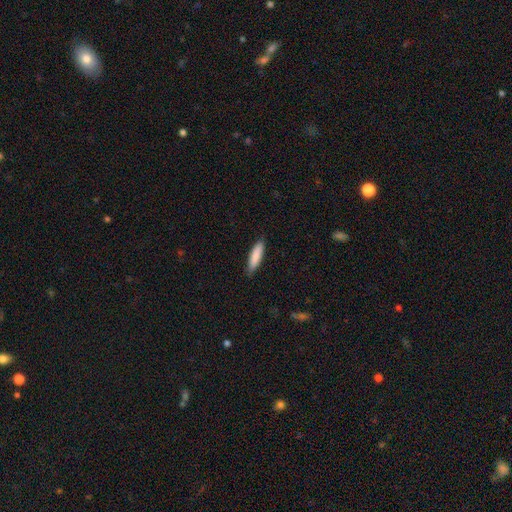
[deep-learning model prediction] Smooth or featured: smooth — 86% (featured or disk — 8%)
How rounded: cigar-shaped — 74% (in between — 25%)
Merging: none — 87% (minor disturbance — 11%)